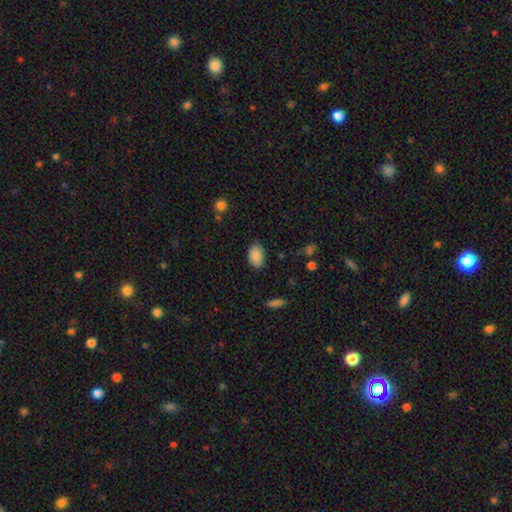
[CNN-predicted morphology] This is clearly a smooth galaxy (88%). How rounded: clearly in between (88%). Merging: clearly none (83%).